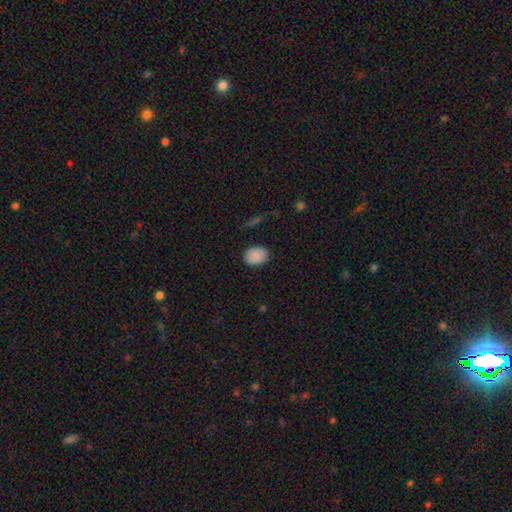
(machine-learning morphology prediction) A smooth galaxy with no disk features (89%) that is in between round and cigar-shaped (67%).

Vote fractions:
- Smooth or featured? smooth: 89% / star or artifact: 8% / featured or disk: 3%
- How rounded? in between: 67% / round: 32% / cigar-shaped: 1%
- Merging? none: 85% / minor disturbance: 11% / major disturbance: 2% / merger: 1%